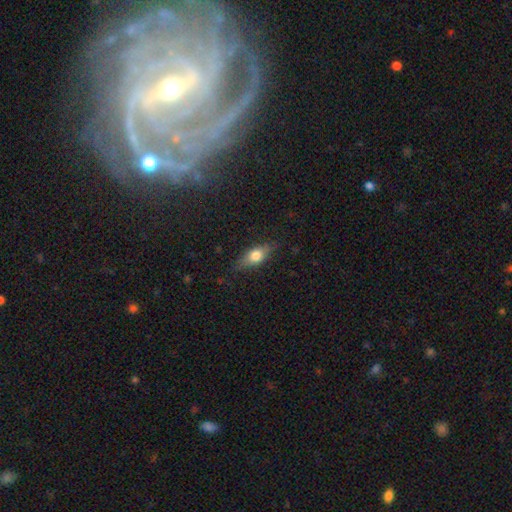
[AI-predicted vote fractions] Smooth or featured: smooth — 63% (featured or disk — 29%)
How rounded: in between — 66% (cigar-shaped — 26%)
Merging: none — 80% (minor disturbance — 16%)